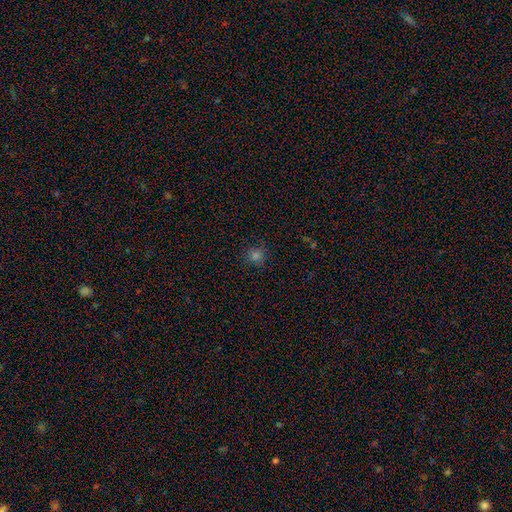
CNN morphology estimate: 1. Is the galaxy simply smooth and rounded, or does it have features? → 74% smooth, 21% star or artifact, 5% featured or disk.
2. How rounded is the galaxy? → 90% round, 9% in between, 1% cigar-shaped.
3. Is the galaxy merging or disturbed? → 86% none, 10% minor disturbance, 3% major disturbance, 1% merger.